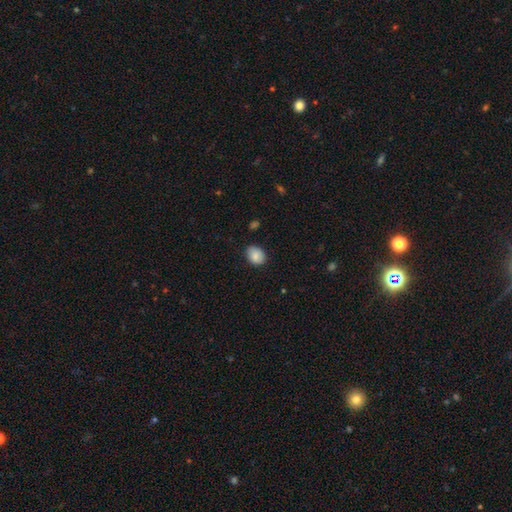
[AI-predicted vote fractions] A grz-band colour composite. It shows a smooth galaxy with no disk features (86%) that is in between round and cigar-shaped (61%). Merging: none (81%).